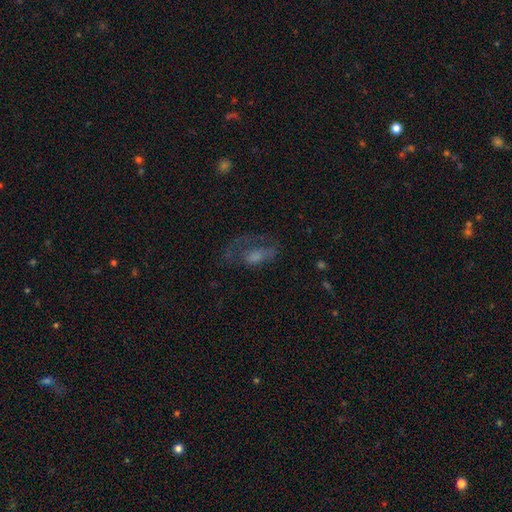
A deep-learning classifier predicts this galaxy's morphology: Q: Smooth or featured?
A: featured or disk (50%); runner-up: smooth (32%)
Q: Merging?
A: none (42%); runner-up: major disturbance (36%)